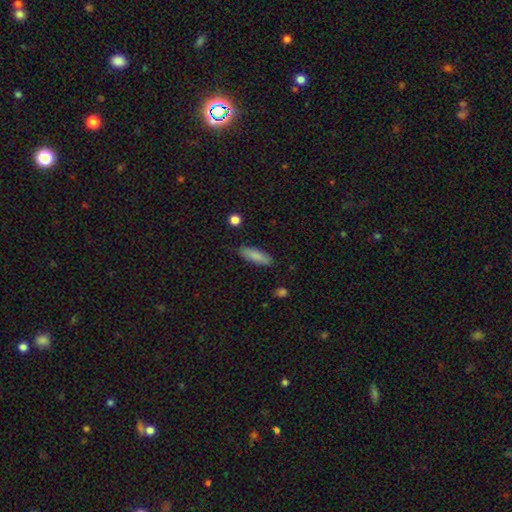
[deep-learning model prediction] Q: Smooth or featured?
A: smooth (85%); runner-up: featured or disk (9%)
Q: How rounded?
A: cigar-shaped (51%); runner-up: in between (47%)
Q: Merging?
A: none (86%); runner-up: minor disturbance (10%)